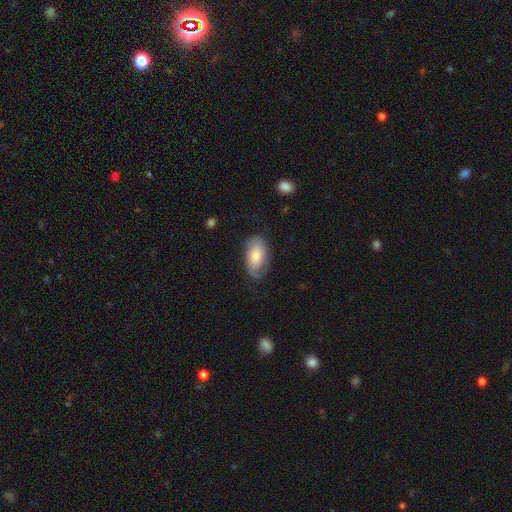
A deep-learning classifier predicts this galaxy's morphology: Q: Smooth or featured?
A: smooth (62%); runner-up: featured or disk (32%)
Q: How rounded?
A: in between (94%); runner-up: round (4%)
Q: Merging?
A: none (66%); runner-up: minor disturbance (24%)